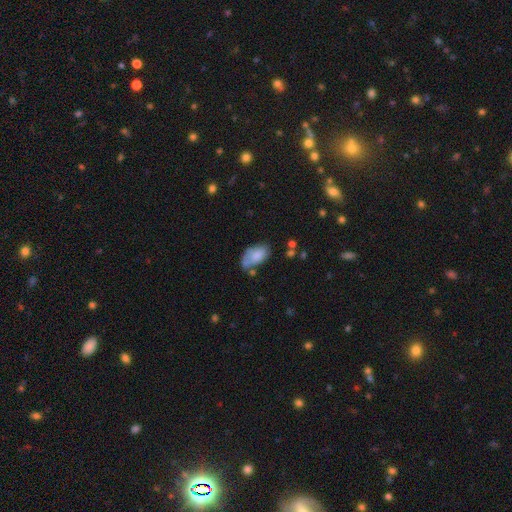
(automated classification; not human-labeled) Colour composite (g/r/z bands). It shows a smooth galaxy with no disk features (75%) that is in between round and cigar-shaped (93%). Merging: none (45%).